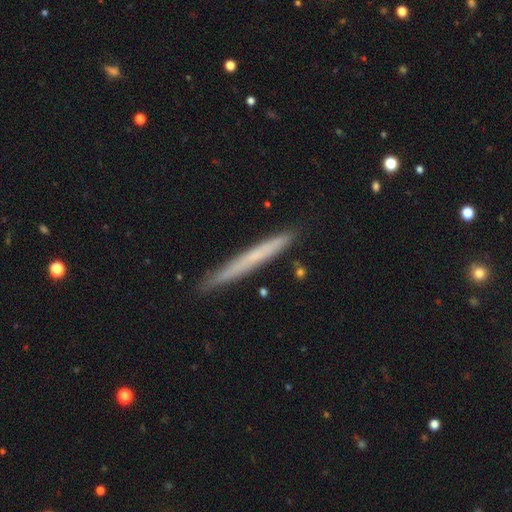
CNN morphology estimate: This is possibly a smooth galaxy (51%). How rounded: clearly cigar-shaped (97%). Merging: clearly none (88%).